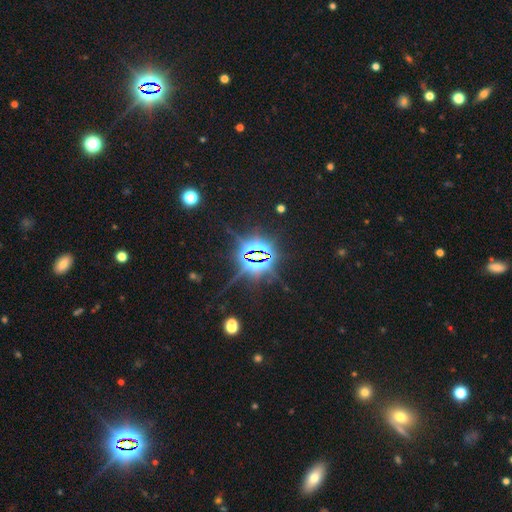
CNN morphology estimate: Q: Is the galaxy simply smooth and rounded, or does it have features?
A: star or artifact — 84%.